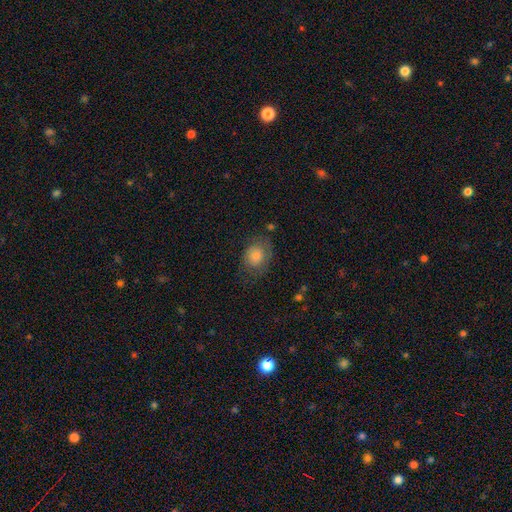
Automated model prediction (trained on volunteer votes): smooth_or_featured: smooth (p=0.64) [alt: featured or disk p=0.25]
how_rounded: round (p=0.50) [alt: in between p=0.49]
merging: none (p=0.64) [alt: minor disturbance p=0.22]